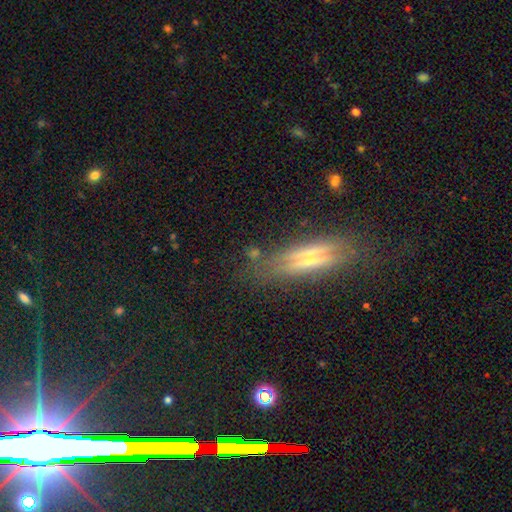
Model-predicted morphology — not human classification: smooth_or_featured: smooth (p=0.41) [alt: featured or disk p=0.39]
merging: none (p=0.77) [alt: minor disturbance p=0.14]